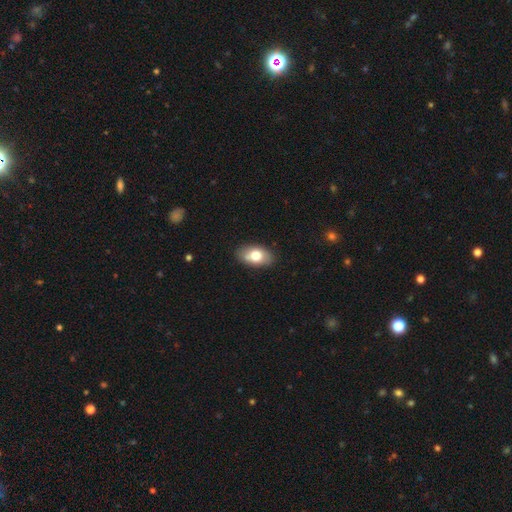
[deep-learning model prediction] Smooth or featured? smooth (74%)
How rounded? in between (90%)
Merging? none (82%)